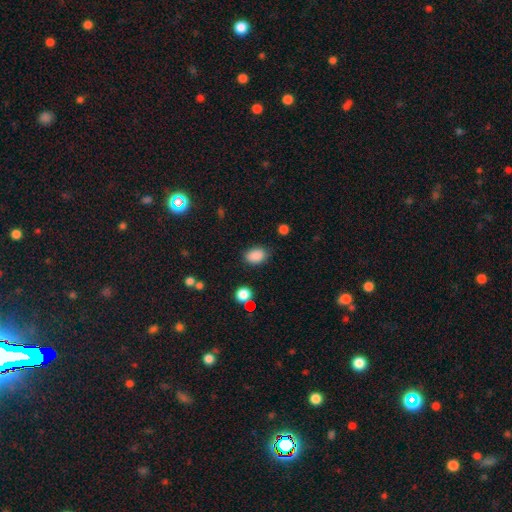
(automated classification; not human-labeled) The model was most divided on "how rounded": in between: 78%, round: 21%, cigar-shaped: 1%. More confident: smooth or featured — smooth (86%); merging — none (82%).